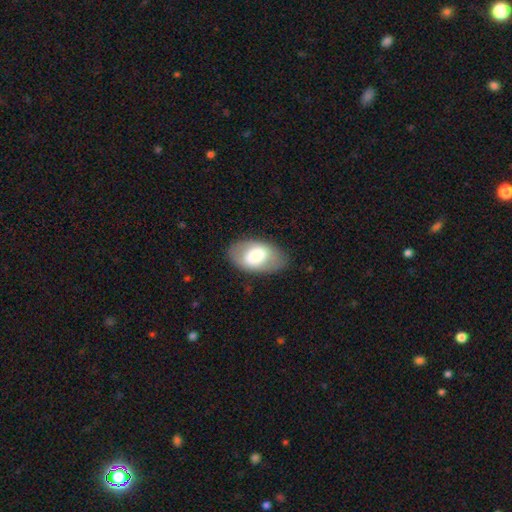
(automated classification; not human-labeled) Morphology: type=smooth (63%); roundness=in between (91%); merging=none (79%).